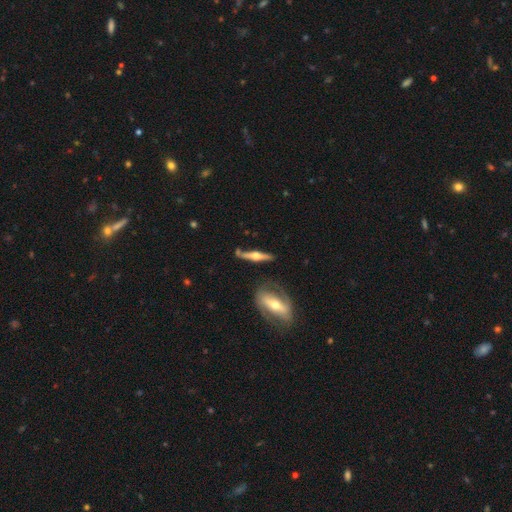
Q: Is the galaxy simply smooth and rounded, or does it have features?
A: featured or disk — 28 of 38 (74%).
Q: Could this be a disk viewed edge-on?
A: yes — 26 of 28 (93%).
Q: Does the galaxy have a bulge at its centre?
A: rounded — 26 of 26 (100%).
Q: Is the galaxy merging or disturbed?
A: none — 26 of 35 (74%).